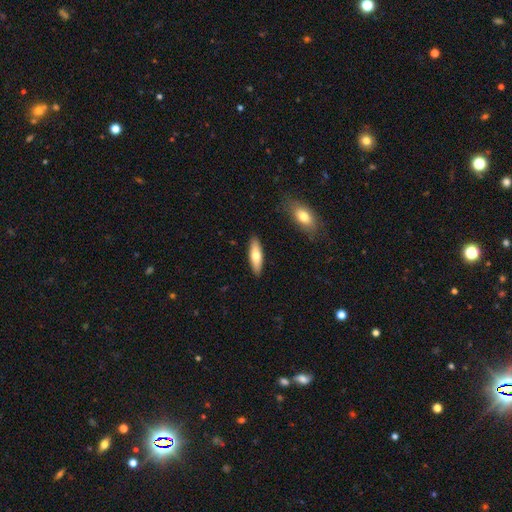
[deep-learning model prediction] Smooth or featured?
  - smooth: 69% *
  - featured or disk: 26%
  - star or artifact: 6%
How rounded?
  - in between: 52% *
  - cigar-shaped: 46%
  - round: 2%
Merging?
  - none: 89% *
  - minor disturbance: 8%
  - major disturbance: 2%
  - merger: 2%